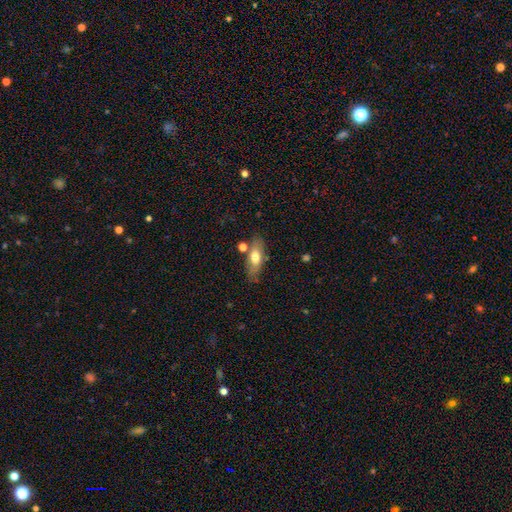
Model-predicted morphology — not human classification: type=smooth (66%); roundness=in between (73%); merging=none (74%).